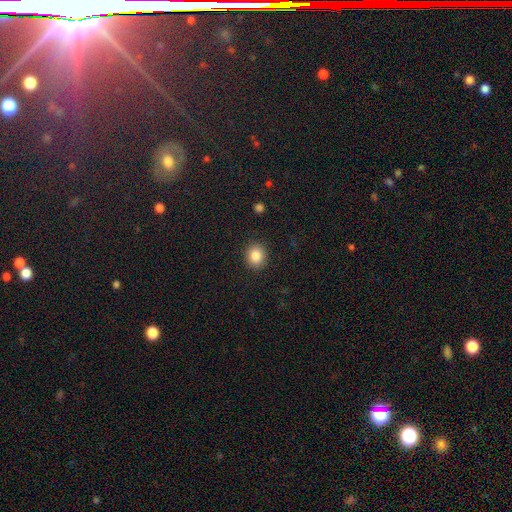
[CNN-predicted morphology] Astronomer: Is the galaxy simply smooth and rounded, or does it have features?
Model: smooth — 85%.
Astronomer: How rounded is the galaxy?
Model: round — 75%.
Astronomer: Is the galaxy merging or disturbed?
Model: none — 90%.